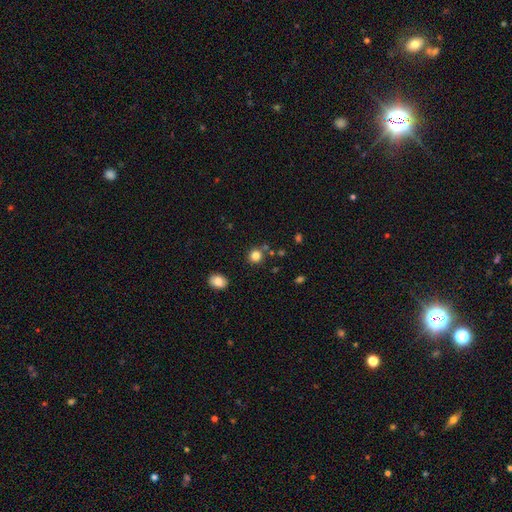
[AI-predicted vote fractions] Smooth or featured? smooth (82%)
How rounded? round (90%)
Merging? none (80%)